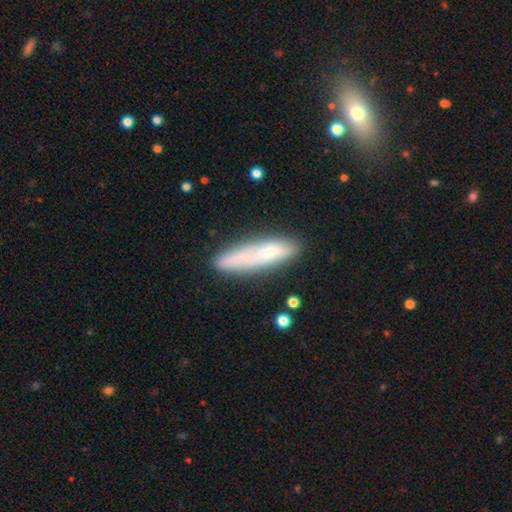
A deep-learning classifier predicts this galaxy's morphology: This appears to be a smooth galaxy with no disk features (60%) that is cigar-shaped (76%). Merging: none (67%).